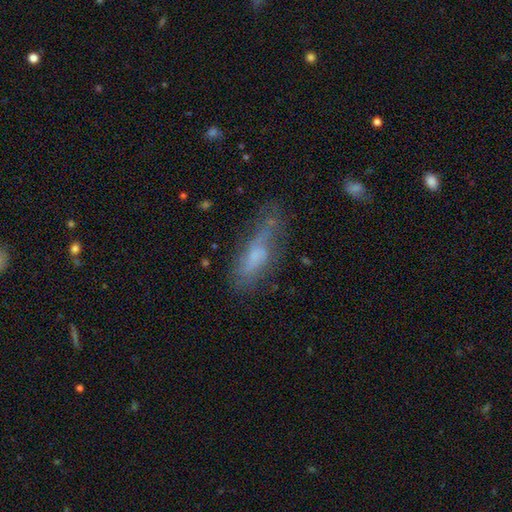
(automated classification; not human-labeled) A smooth galaxy with no disk features (52%) that is in between round and cigar-shaped (49%). Merging: none (50%).